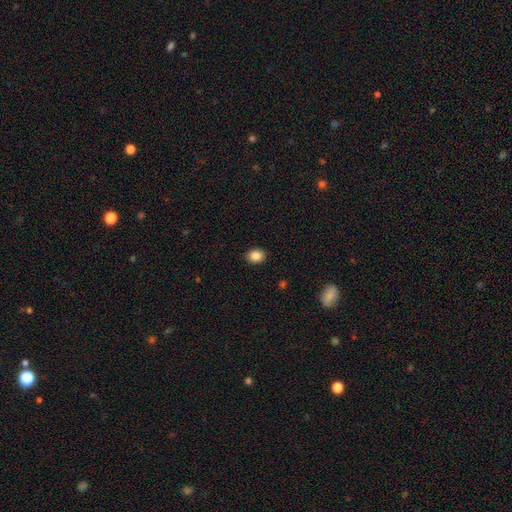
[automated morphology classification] type=smooth (87%); roundness=in between (51%); merging=none (90%).